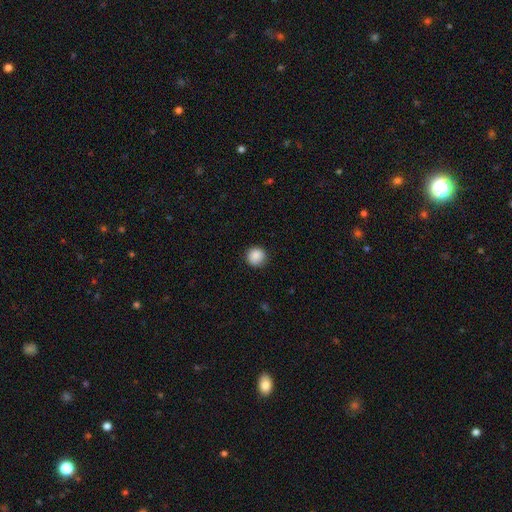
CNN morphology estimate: Smooth or featured? Predicted: smooth (p=0.88). How rounded? Predicted: round (p=0.94). Merging? Predicted: none (p=0.89).